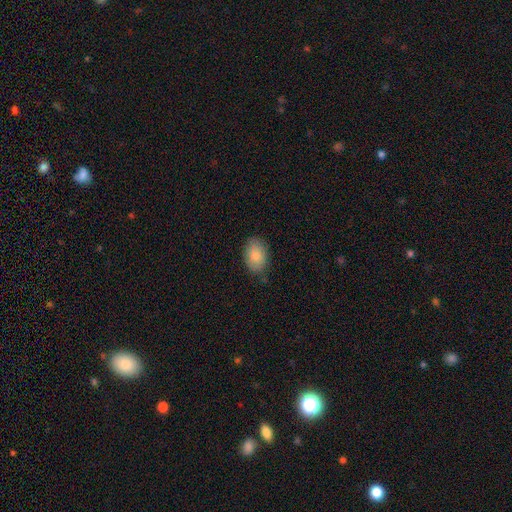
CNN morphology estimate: smooth-or-featured: smooth: 85% | featured or disk: 9% | star or artifact: 7%
  how-rounded: in between: 87% | round: 12% | cigar-shaped: 1%
  merging: none: 78% | minor disturbance: 17% | major disturbance: 4% | merger: 1%